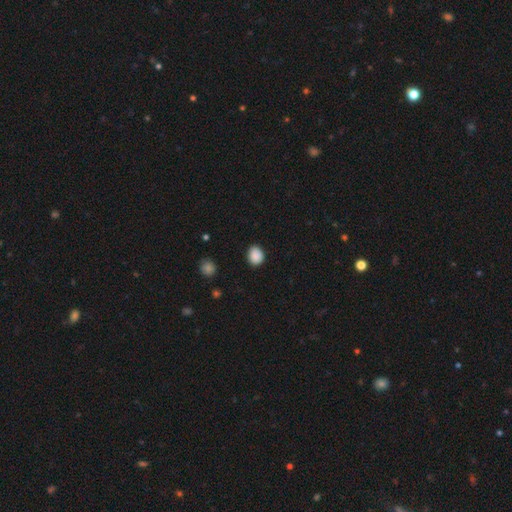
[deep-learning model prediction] Smooth or featured?
  - smooth: 88% *
  - star or artifact: 9%
  - featured or disk: 3%
How rounded?
  - round: 56% *
  - in between: 43%
  - cigar-shaped: 1%
Merging?
  - none: 86% *
  - minor disturbance: 10%
  - major disturbance: 2%
  - merger: 1%